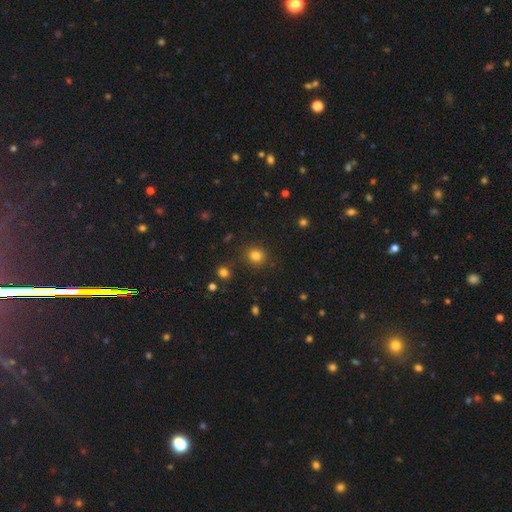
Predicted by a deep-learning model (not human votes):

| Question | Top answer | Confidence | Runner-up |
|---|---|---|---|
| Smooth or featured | smooth | 81% | star or artifact (14%) |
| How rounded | round | 87% | in between (12%) |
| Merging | none | 84% | minor disturbance (9%) |